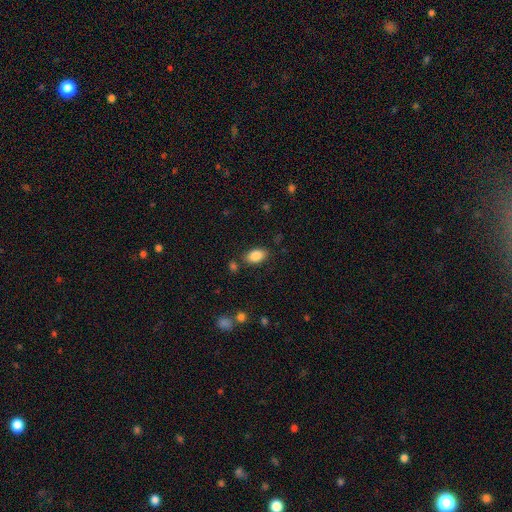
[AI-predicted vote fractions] smooth_or_featured: smooth (p=0.87) [alt: star or artifact p=0.08]
how_rounded: in between (p=0.92) [alt: round p=0.06]
merging: none (p=0.81) [alt: minor disturbance p=0.12]